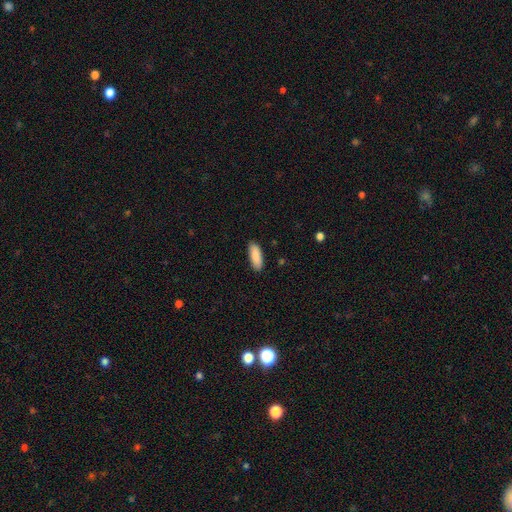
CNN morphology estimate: Smooth or featured? smooth (89%)
How rounded? in between (68%)
Merging? none (87%)